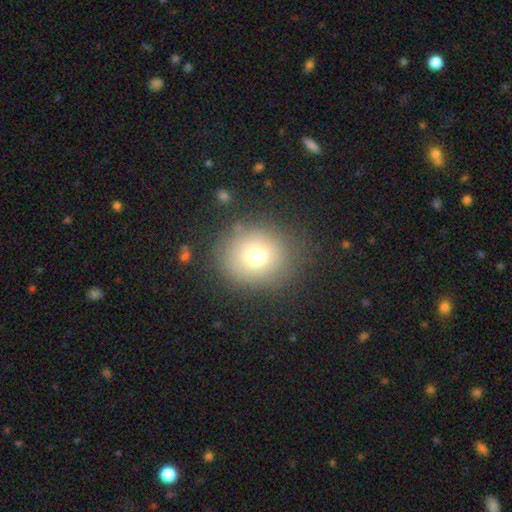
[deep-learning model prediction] smooth-or-featured: smooth: 72% | star or artifact: 16% | featured or disk: 13%
  how-rounded: round: 84% | in between: 15% | cigar-shaped: 1%
  merging: none: 83% | minor disturbance: 10% | major disturbance: 5% | merger: 2%